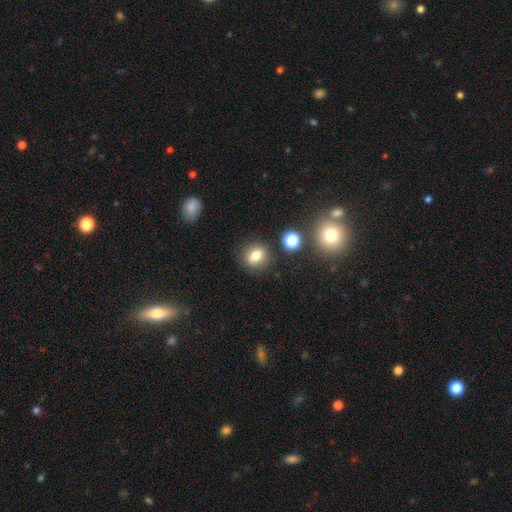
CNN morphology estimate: Smooth or featured? Predicted: smooth (p=0.78). How rounded? Predicted: round (p=0.63). Merging? Predicted: none (p=0.83).